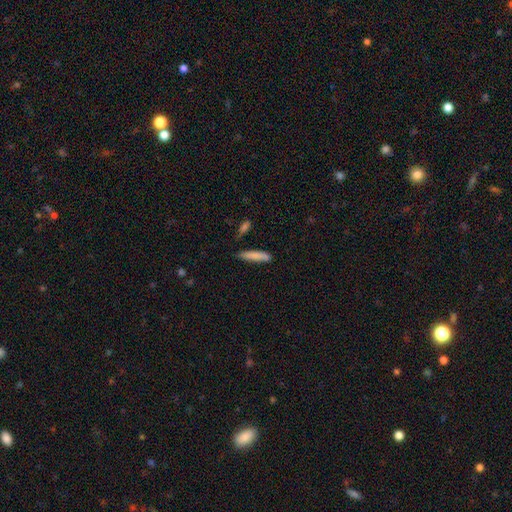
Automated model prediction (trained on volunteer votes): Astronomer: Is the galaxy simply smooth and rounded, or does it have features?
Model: smooth — 82%.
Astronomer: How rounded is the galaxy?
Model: cigar-shaped — 87%.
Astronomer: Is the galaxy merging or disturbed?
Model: none — 73%.